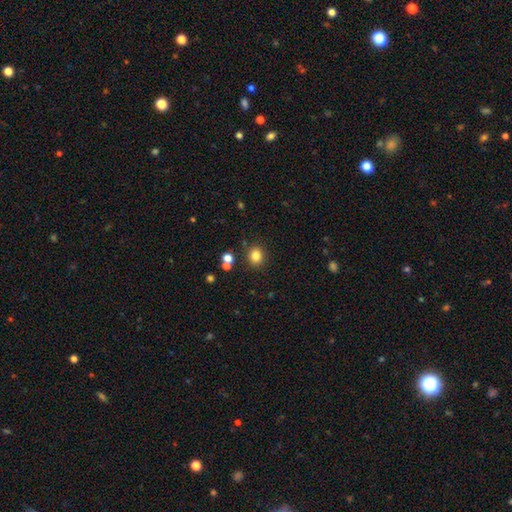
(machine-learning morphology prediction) A smooth galaxy with no disk features (82%) that is round (76%).

Vote fractions:
- Smooth or featured? smooth: 82% / star or artifact: 13% / featured or disk: 6%
- How rounded? round: 76% / in between: 23% / cigar-shaped: 1%
- Merging? none: 85% / minor disturbance: 8% / merger: 4% / major disturbance: 3%